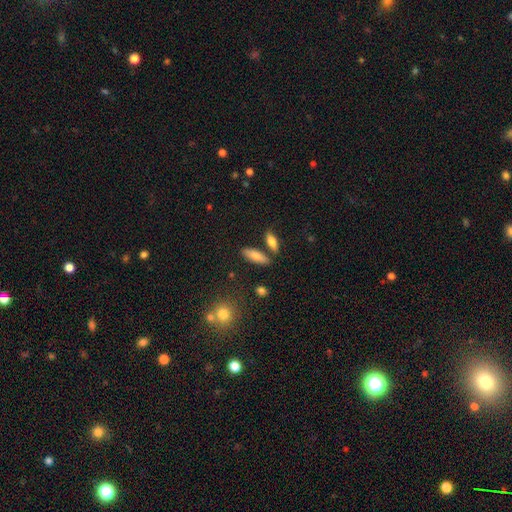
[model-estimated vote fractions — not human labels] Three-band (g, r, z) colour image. It shows a smooth galaxy with no disk features (80%) that is in between round and cigar-shaped (60%). Merging: none (76%).